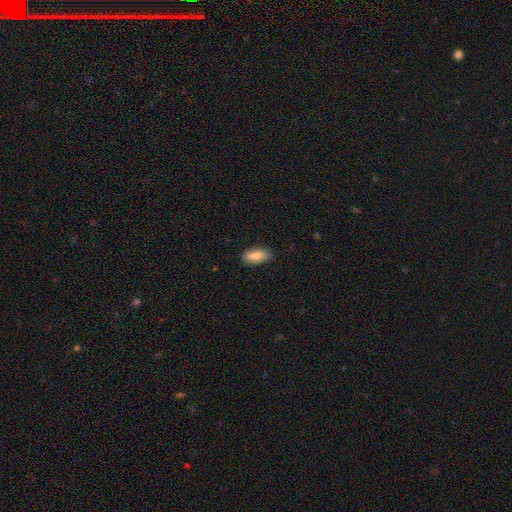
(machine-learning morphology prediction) Smooth or featured?
  - smooth: 82% *
  - featured or disk: 12%
  - star or artifact: 6%
How rounded?
  - in between: 88% *
  - cigar-shaped: 10%
  - round: 2%
Merging?
  - none: 84% *
  - minor disturbance: 12%
  - major disturbance: 2%
  - merger: 1%